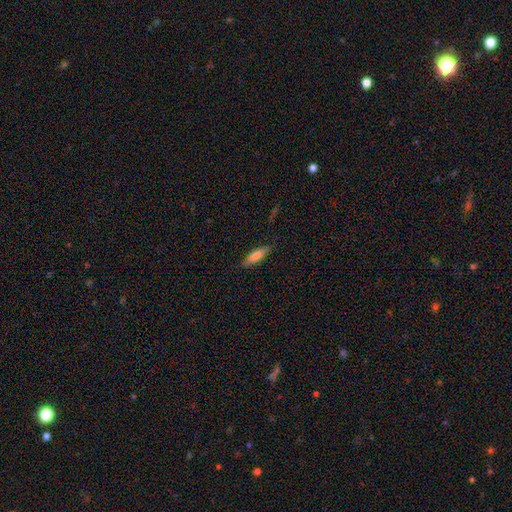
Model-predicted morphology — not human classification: type=smooth (68%); roundness=cigar-shaped (71%); merging=none (84%).